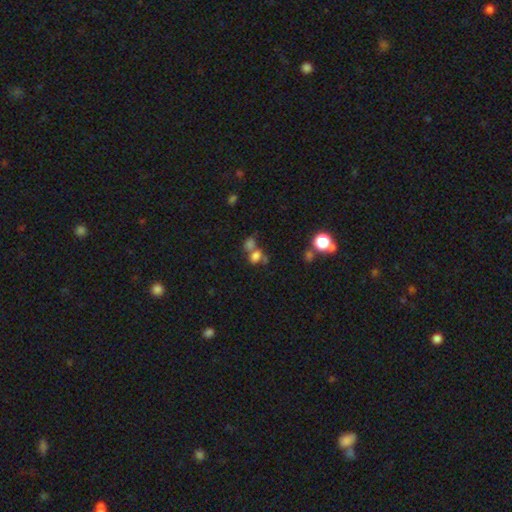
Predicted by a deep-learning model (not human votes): Smooth or featured?
  - smooth: 69% *
  - star or artifact: 18%
  - featured or disk: 13%
How rounded?
  - in between: 60% *
  - round: 38%
  - cigar-shaped: 2%
Merging?
  - merger: 49% *
  - none: 31%
  - minor disturbance: 12%
  - major disturbance: 9%